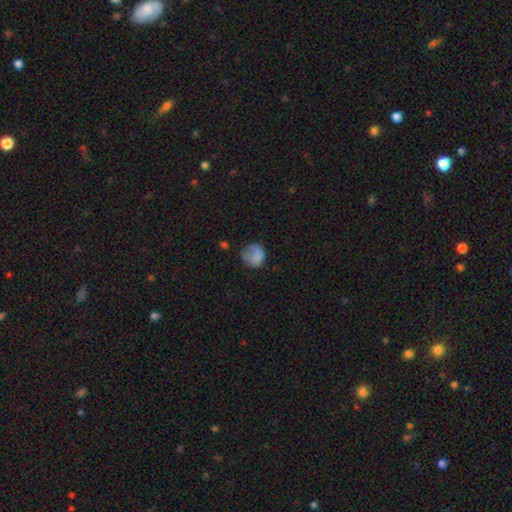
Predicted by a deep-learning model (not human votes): This appears to be a smooth galaxy with no disk features (76%) that is round (77%). Merging: none (52%).